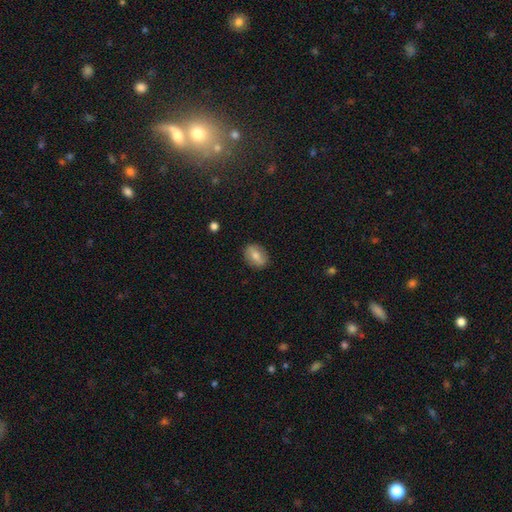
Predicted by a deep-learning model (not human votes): Smooth or featured?
  - smooth: 62% *
  - featured or disk: 30%
  - star or artifact: 8%
How rounded?
  - in between: 73% *
  - round: 24%
  - cigar-shaped: 2%
Merging?
  - none: 85% *
  - minor disturbance: 11%
  - major disturbance: 3%
  - merger: 1%